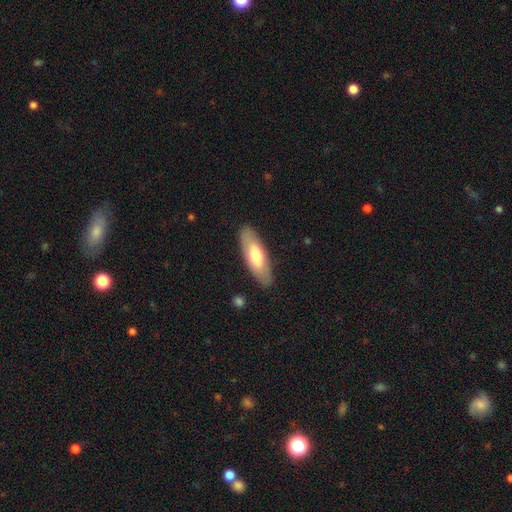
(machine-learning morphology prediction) The model was most divided on "smooth or featured": smooth: 62%, featured or disk: 33%, star or artifact: 5%. More confident: merging — none (87%); how rounded — in between (68%).